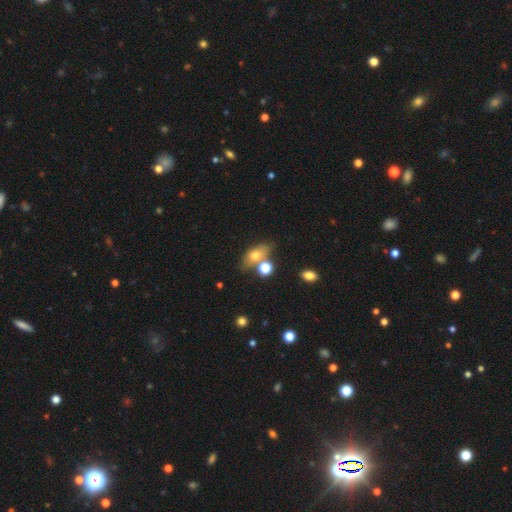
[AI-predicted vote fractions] smooth_or_featured: smooth (p=0.70) [alt: featured or disk p=0.19]
how_rounded: in between (p=0.76) [alt: round p=0.19]
merging: none (p=0.55) [alt: merger p=0.23]